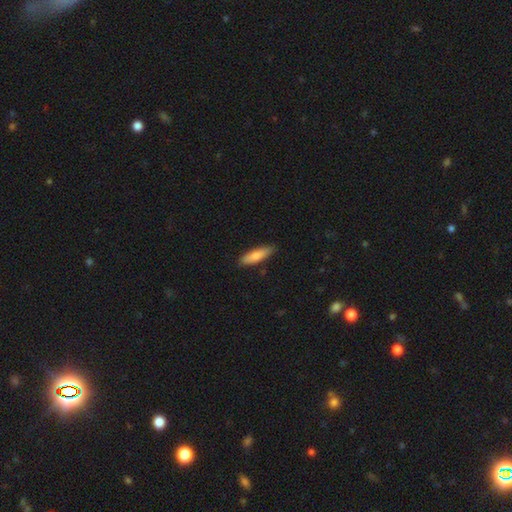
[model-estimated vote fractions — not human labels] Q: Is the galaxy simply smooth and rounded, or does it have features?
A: smooth — 80%.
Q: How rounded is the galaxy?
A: cigar-shaped — 59%.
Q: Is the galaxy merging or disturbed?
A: none — 84%.